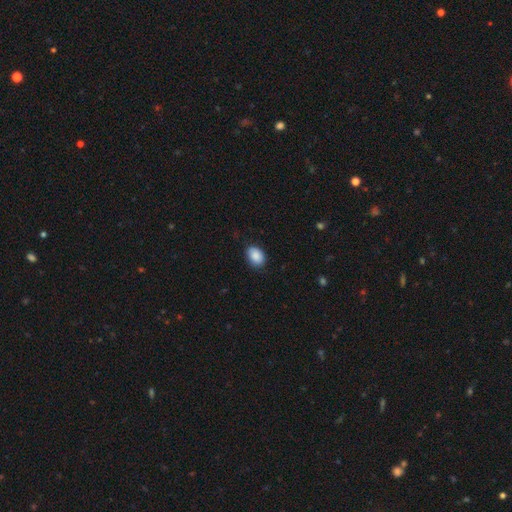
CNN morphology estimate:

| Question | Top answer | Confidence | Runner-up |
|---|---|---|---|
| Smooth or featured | smooth | 88% | star or artifact (7%) |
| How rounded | in between | 79% | round (20%) |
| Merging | none | 81% | minor disturbance (15%) |